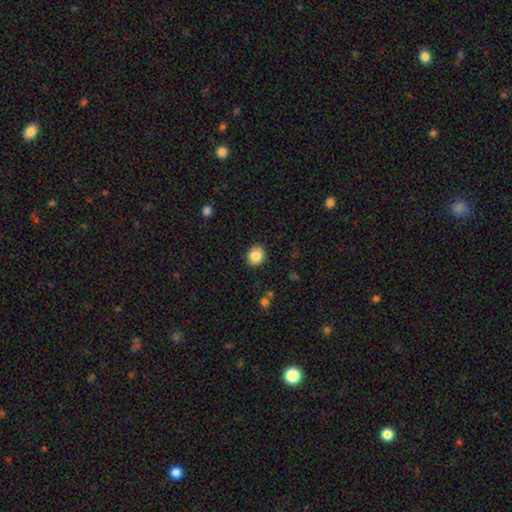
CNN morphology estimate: Smooth or featured: smooth — 85% (star or artifact — 10%)
How rounded: round — 76% (in between — 23%)
Merging: none — 90% (minor disturbance — 7%)